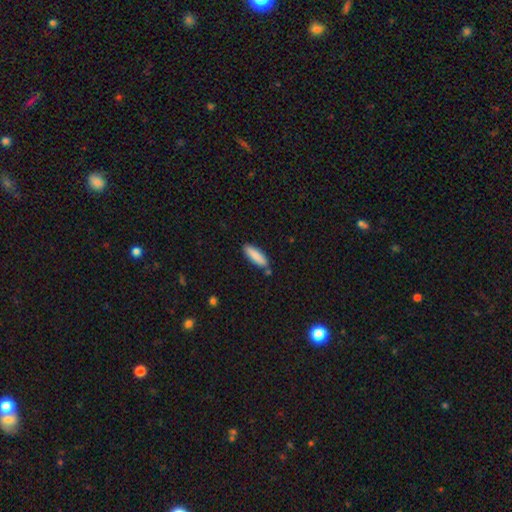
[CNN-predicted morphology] This is clearly a smooth galaxy (88%). How rounded: possibly cigar-shaped (50%). Merging: clearly none (81%).